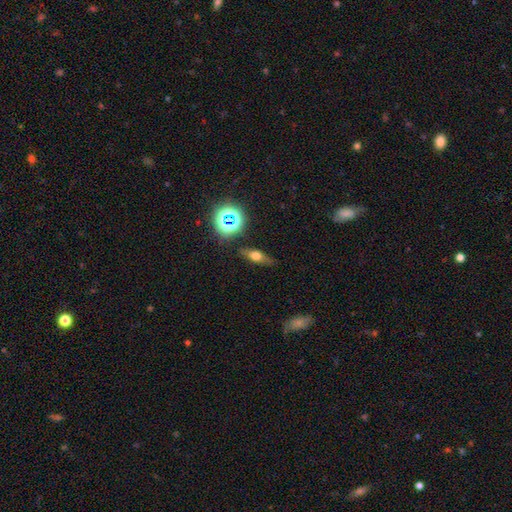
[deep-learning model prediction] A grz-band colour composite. It shows a smooth galaxy with no disk features (50%) that is in between round and cigar-shaped (48%). Merging: none (82%).